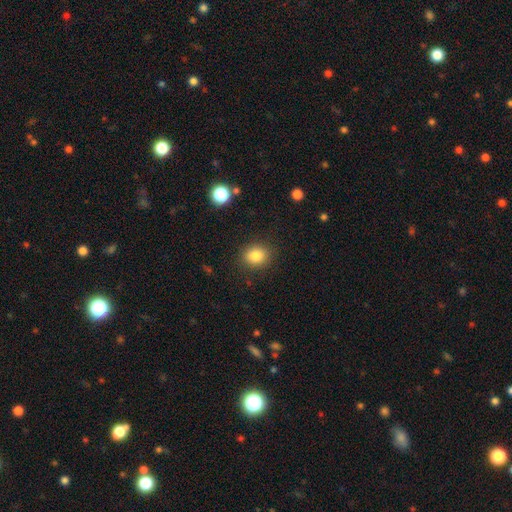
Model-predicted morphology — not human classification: A smooth galaxy with no disk features (83%) that is round (64%). Merging: none (87%).